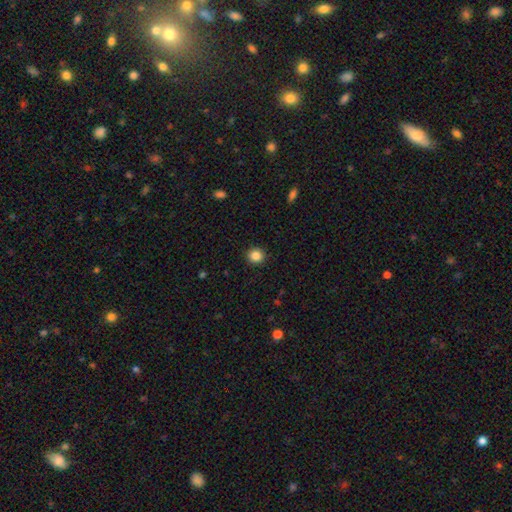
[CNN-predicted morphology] The model was most divided on "smooth or featured": smooth: 85%, star or artifact: 11%, featured or disk: 4%. More confident: merging — none (92%); how rounded — round (91%).